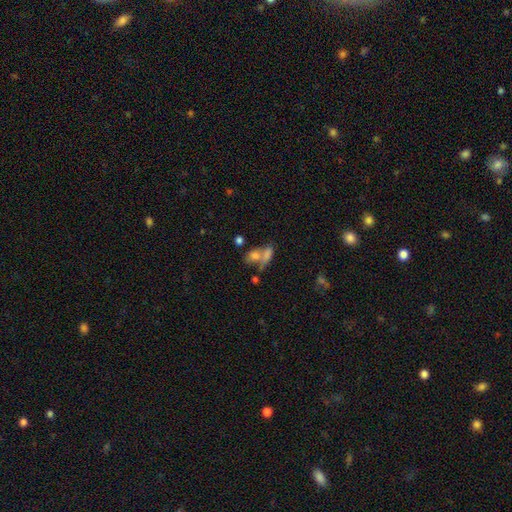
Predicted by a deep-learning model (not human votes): This appears to be a smooth galaxy with no disk features (71%) that is in between round and cigar-shaped (75%). Merging: merger (58%).